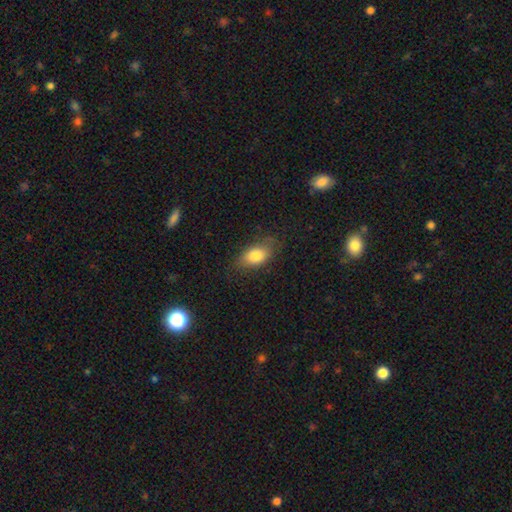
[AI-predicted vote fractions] Smooth or featured: smooth — 79% (featured or disk — 14%)
How rounded: in between — 88% (round — 7%)
Merging: none — 71% (minor disturbance — 21%)